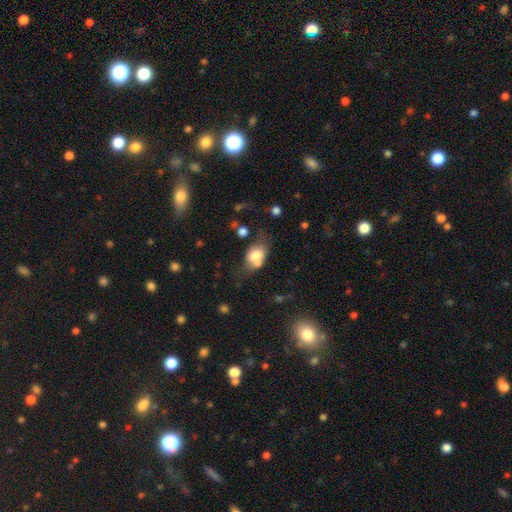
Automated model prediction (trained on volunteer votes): This appears to be a smooth galaxy with no disk features (71%) that is in between round and cigar-shaped (72%). Merging: none (37%).